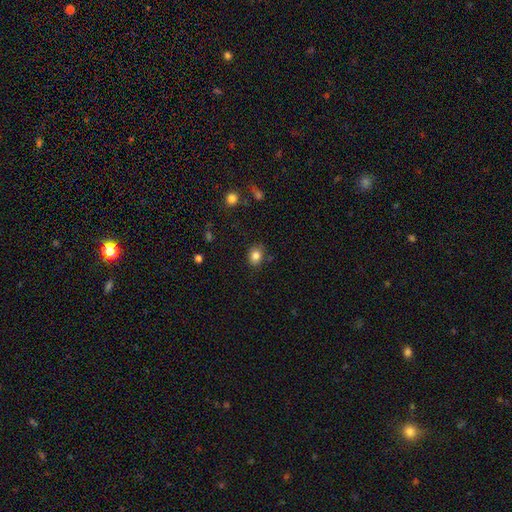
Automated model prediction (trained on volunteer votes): smooth_or_featured: smooth (p=0.83) [alt: star or artifact p=0.10]
how_rounded: in between (p=0.52) [alt: round p=0.48]
merging: none (p=0.81) [alt: minor disturbance p=0.13]